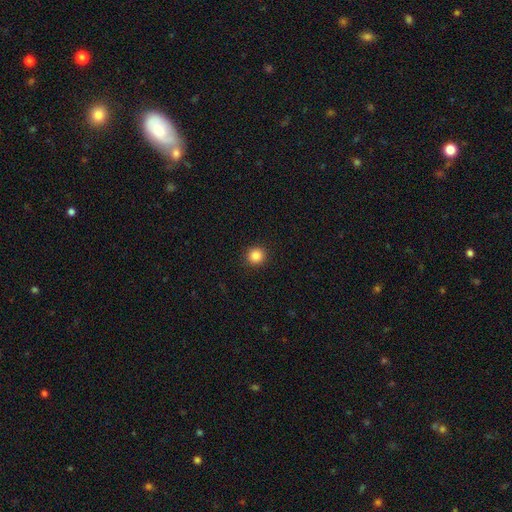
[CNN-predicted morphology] type=smooth (86%); roundness=round (94%); merging=none (92%).